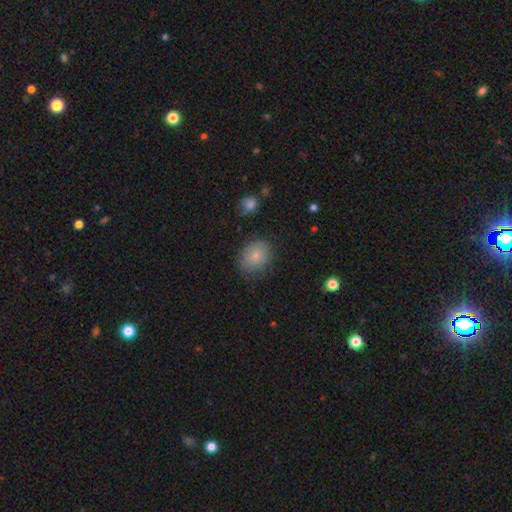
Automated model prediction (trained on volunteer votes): smooth_or_featured: smooth (p=0.81) [alt: featured or disk p=0.10]
how_rounded: in between (p=0.55) [alt: round p=0.44]
merging: none (p=0.78) [alt: minor disturbance p=0.16]